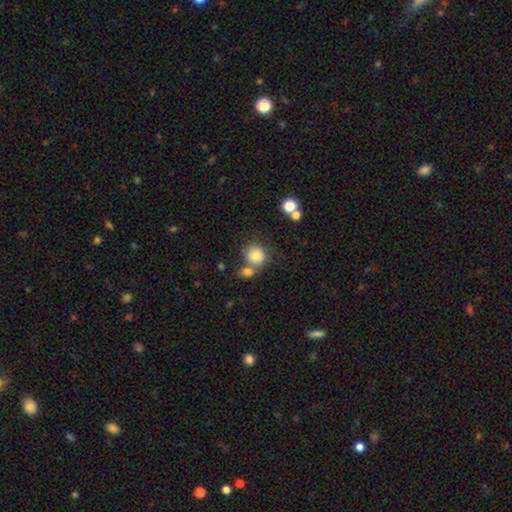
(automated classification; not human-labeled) Morphology: type=smooth (79%); roundness=round (86%); merging=none (54%).